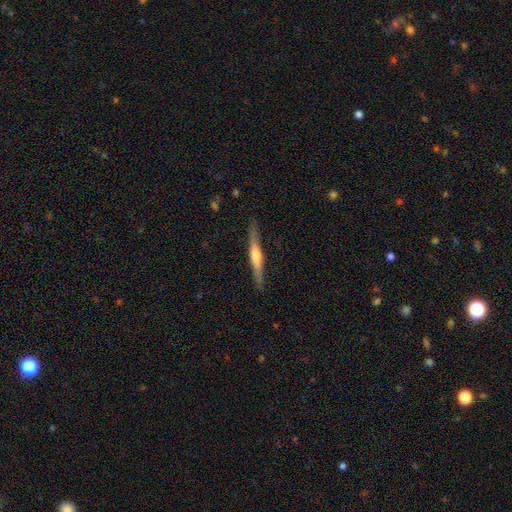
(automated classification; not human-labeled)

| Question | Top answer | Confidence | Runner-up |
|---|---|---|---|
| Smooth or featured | featured or disk | 67% | smooth (27%) |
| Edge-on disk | yes | 97% | no (3%) |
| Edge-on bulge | rounded | 76% | boxy (13%) |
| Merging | none | 89% | minor disturbance (8%) |